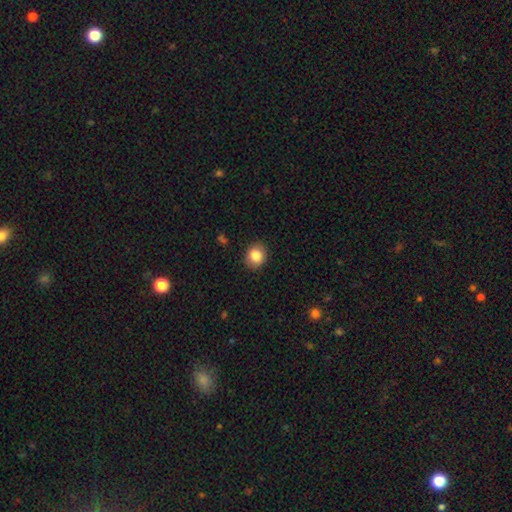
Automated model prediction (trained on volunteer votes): smooth-or-featured: smooth: 84% | star or artifact: 9% | featured or disk: 7%
  how-rounded: round: 67% | in between: 32% | cigar-shaped: 1%
  merging: none: 88% | minor disturbance: 8% | major disturbance: 2% | merger: 1%